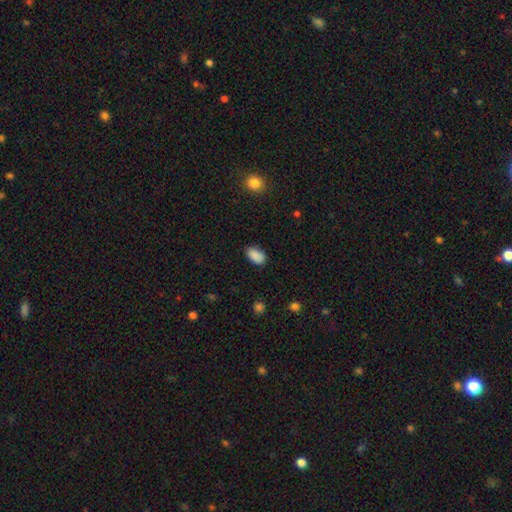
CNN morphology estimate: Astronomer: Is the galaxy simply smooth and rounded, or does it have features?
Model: smooth — 88%.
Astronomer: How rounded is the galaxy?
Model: in between — 92%.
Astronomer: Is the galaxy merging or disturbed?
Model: none — 81%.